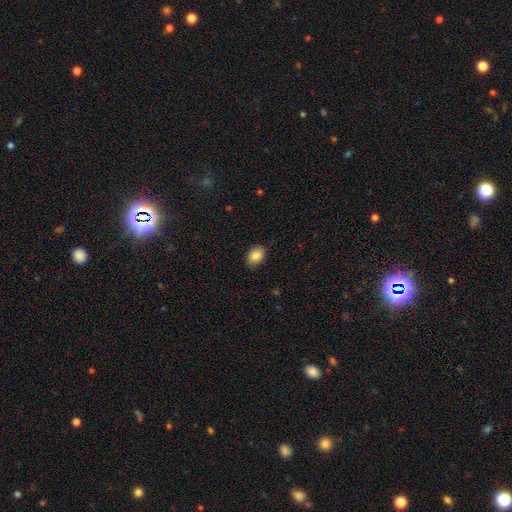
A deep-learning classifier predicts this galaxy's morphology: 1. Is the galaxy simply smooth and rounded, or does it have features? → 86% smooth, 8% star or artifact, 6% featured or disk.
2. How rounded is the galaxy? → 71% in between, 28% round, 1% cigar-shaped.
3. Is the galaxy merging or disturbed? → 83% none, 14% minor disturbance, 3% major disturbance, 1% merger.